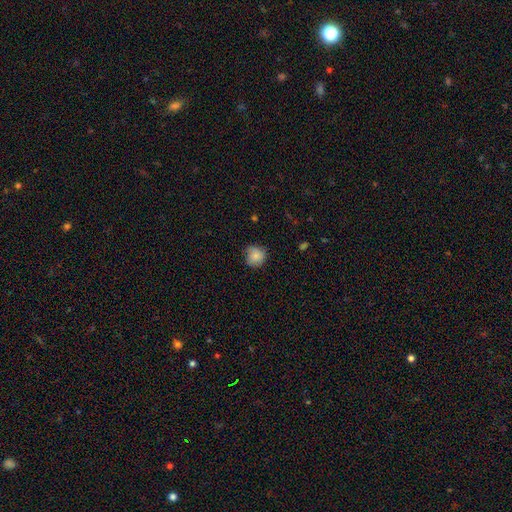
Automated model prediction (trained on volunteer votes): This appears to be a smooth galaxy with no disk features (82%) that is round (88%). Merging: none (73%).